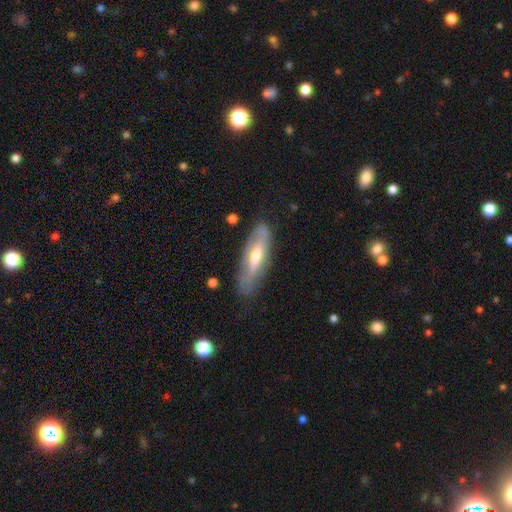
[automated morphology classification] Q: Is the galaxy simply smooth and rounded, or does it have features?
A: featured or disk — 58%.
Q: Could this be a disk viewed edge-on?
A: no — 57%.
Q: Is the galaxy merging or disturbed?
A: none — 75%.